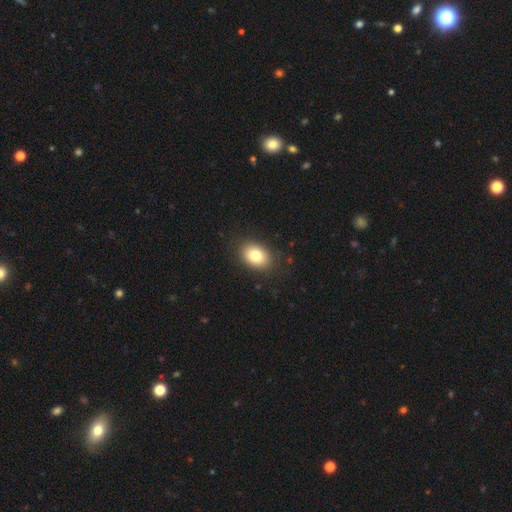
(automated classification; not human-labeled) The model was most divided on "how rounded": in between: 73%, round: 26%, cigar-shaped: 1%. More confident: merging — none (87%); smooth or featured — smooth (81%).